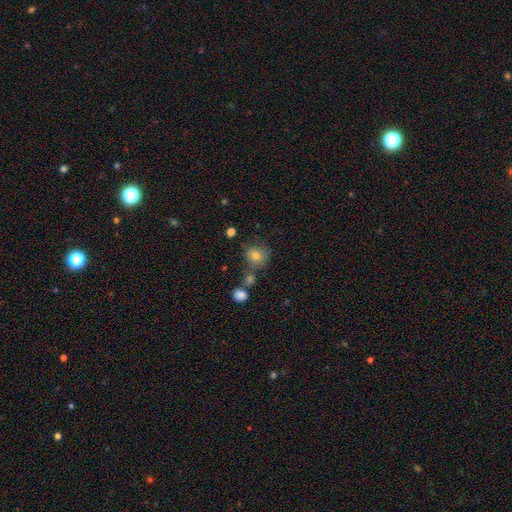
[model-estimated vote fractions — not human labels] This is likely a smooth galaxy (77%). How rounded: clearly round (81%). Merging: likely none (68%).